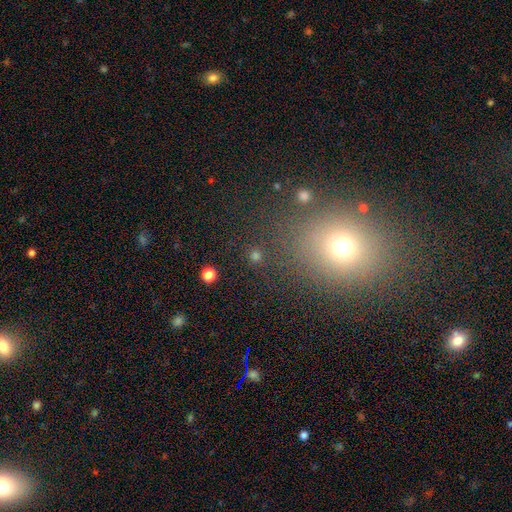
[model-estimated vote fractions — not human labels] Overall: smooth (68%). How rounded: round (91%). Merging: none (84%).